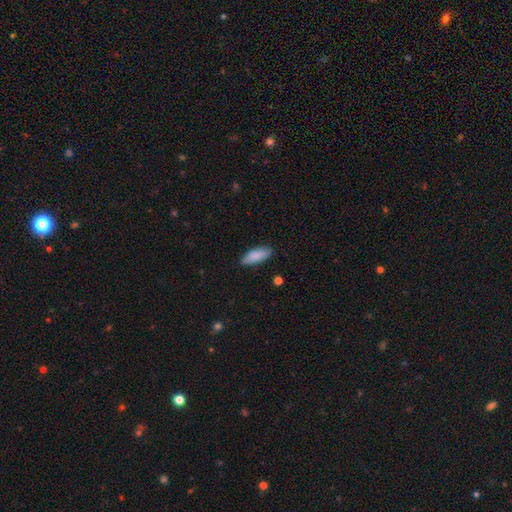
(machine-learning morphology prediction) Smooth or featured? smooth (86%)
How rounded? in between (67%)
Merging? none (83%)